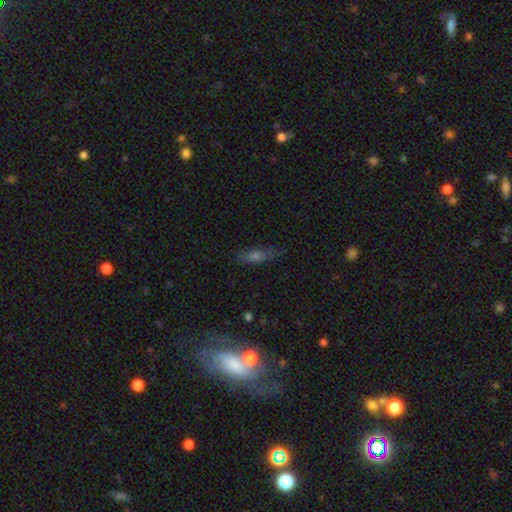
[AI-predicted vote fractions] A smooth galaxy with no disk features (46%).

Vote fractions:
- Smooth or featured? smooth: 46% / featured or disk: 34% / star or artifact: 20%
- Merging? none: 78% / minor disturbance: 14% / major disturbance: 5% / merger: 2%